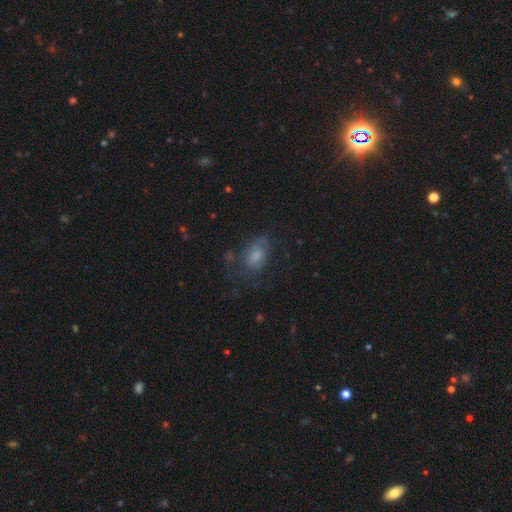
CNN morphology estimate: A smooth galaxy with no disk features (61%) that is in between round and cigar-shaped (77%). Merging: none (49%).